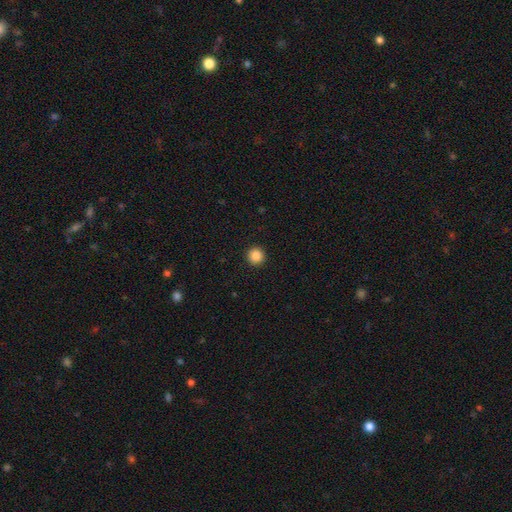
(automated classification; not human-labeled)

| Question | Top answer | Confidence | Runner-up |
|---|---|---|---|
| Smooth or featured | smooth | 86% | star or artifact (10%) |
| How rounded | round | 96% | in between (3%) |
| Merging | none | 94% | minor disturbance (4%) |